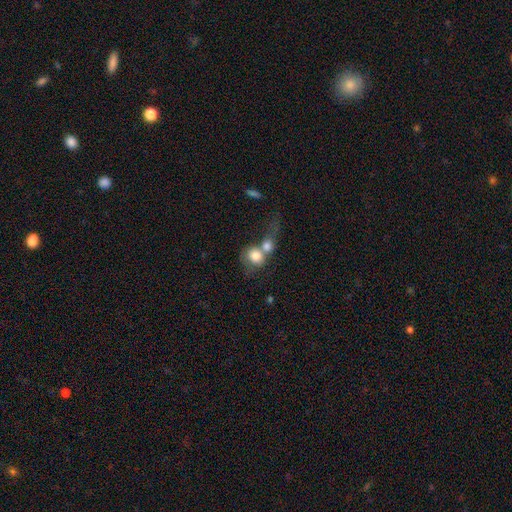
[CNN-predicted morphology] Smooth or featured: smooth — 75% (featured or disk — 17%)
How rounded: round — 68% (in between — 30%)
Merging: merger — 71% (none — 14%)